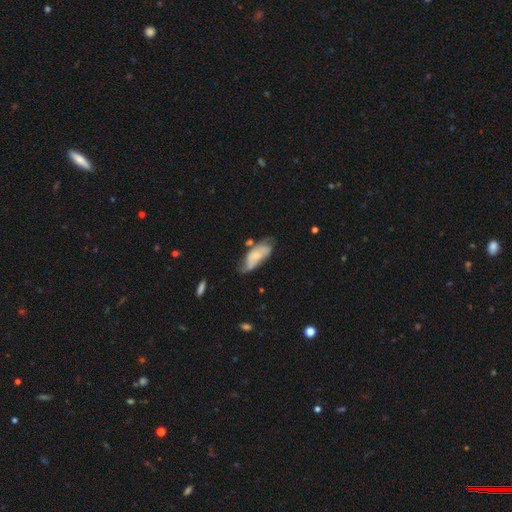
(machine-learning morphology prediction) This is possibly a smooth galaxy (49%). Merging: marginally none (40%).